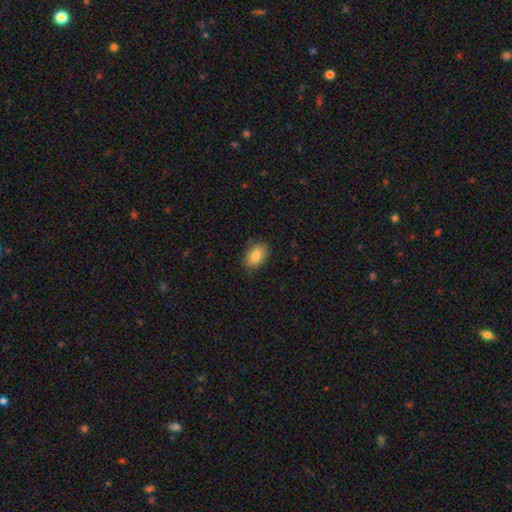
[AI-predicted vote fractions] smooth 83%, featured or disk 9%, star or artifact 8%. Down the decision tree: how rounded — in between (86%); merging — none (85%).